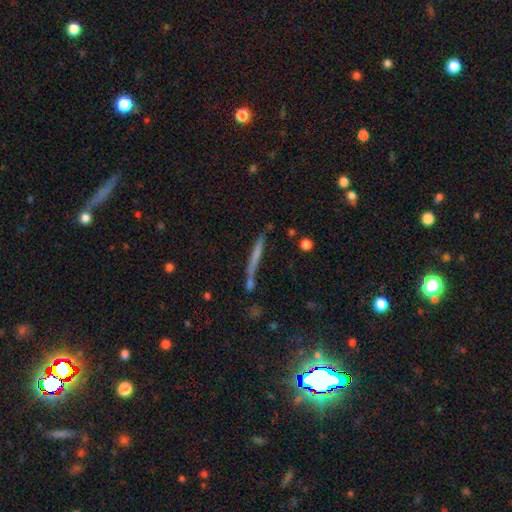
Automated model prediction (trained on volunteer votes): smooth_or_featured: smooth (p=0.48) [alt: featured or disk p=0.42]
merging: none (p=0.70) [alt: minor disturbance p=0.14]